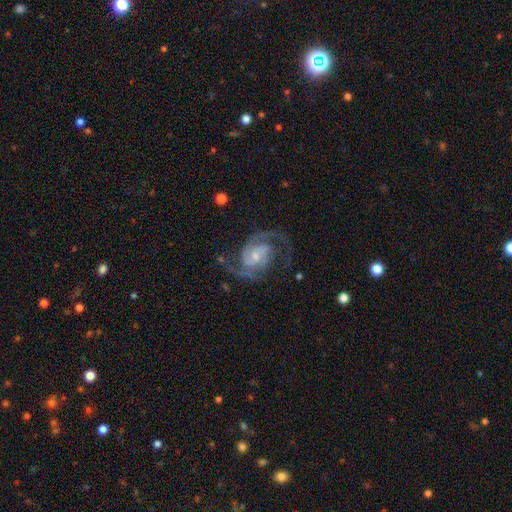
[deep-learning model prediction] Smooth or featured? featured or disk (92%)
Edge-on disk? no (98%)
Bar? weak (47%)
Spiral arms? yes (98%)
Spiral winding? medium (59%)
Spiral arm count? 2 (86%)
Bulge size? small (53%)
Merging? none (71%)